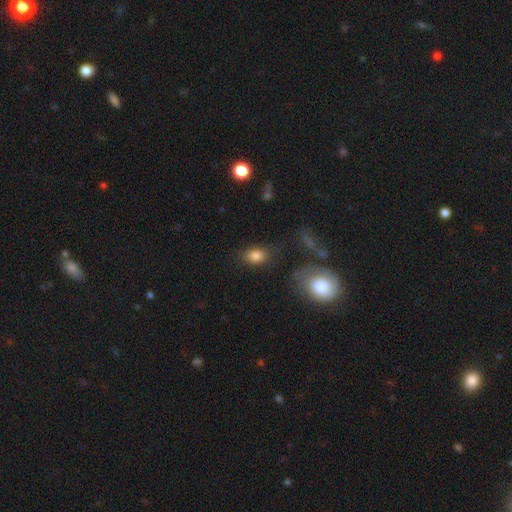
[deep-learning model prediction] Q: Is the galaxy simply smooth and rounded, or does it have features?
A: smooth — 82%.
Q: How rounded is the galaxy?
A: in between — 83%.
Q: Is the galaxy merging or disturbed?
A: none — 76%.